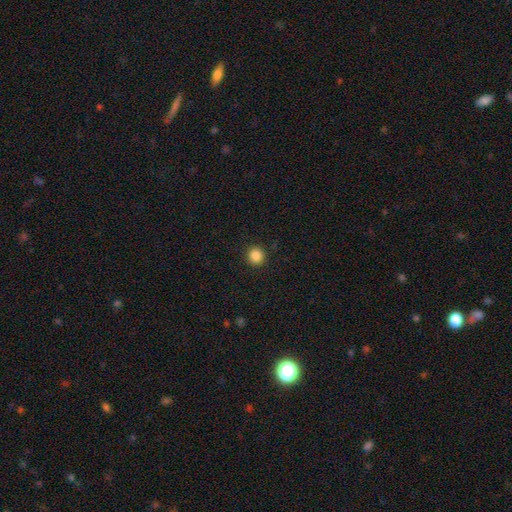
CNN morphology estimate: Overall: smooth (86%). How rounded: round (94%). Merging: none (92%).